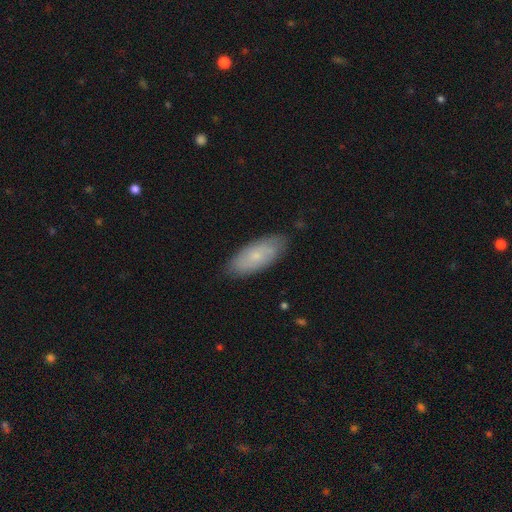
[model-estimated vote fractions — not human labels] Smooth or featured: smooth — 57% (featured or disk — 36%)
How rounded: in between — 80% (cigar-shaped — 18%)
Merging: none — 83% (minor disturbance — 14%)